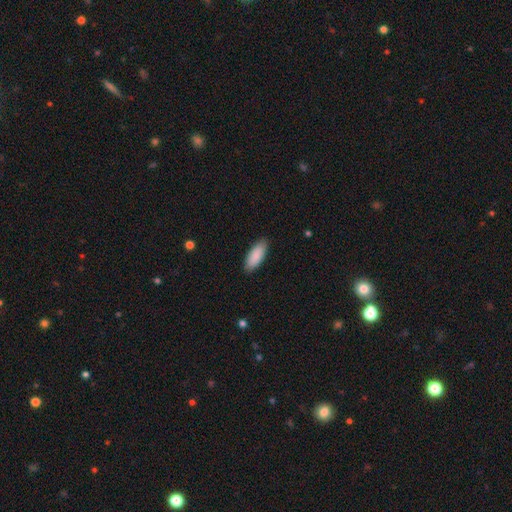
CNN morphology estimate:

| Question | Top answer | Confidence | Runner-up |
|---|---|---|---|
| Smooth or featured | smooth | 90% | star or artifact (6%) |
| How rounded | in between | 76% | cigar-shaped (23%) |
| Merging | none | 88% | minor disturbance (9%) |